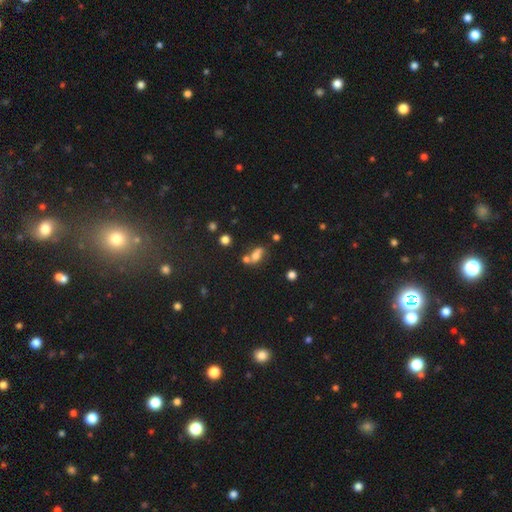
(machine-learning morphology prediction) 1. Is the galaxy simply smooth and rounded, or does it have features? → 60% smooth, 23% featured or disk, 18% star or artifact.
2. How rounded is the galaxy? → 67% in between, 25% round, 8% cigar-shaped.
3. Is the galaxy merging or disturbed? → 40% merger, 39% none, 14% minor disturbance, 8% major disturbance.